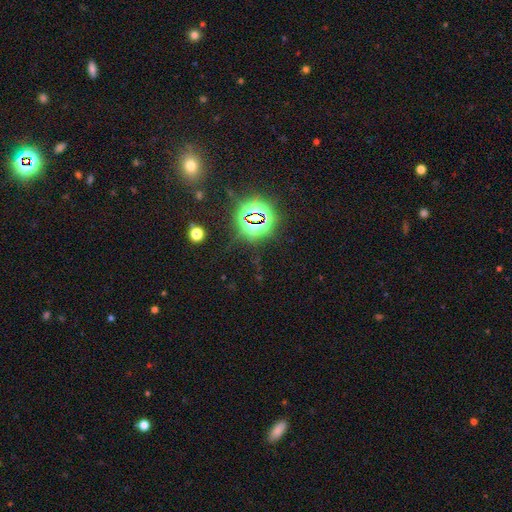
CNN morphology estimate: Overall: star or artifact (81%).